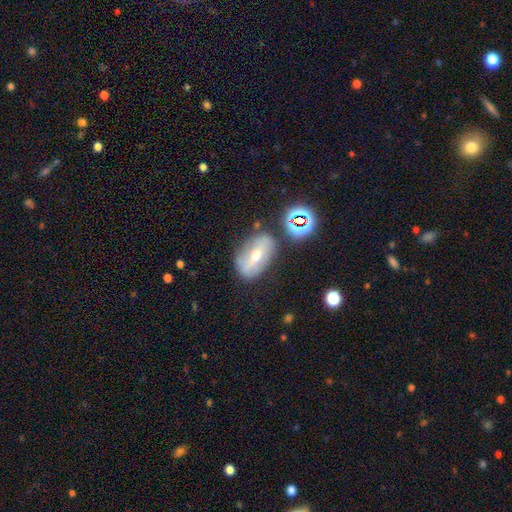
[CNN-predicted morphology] Smooth or featured? featured or disk (53%)
Edge-on disk? no (86%)
Merging? none (69%)